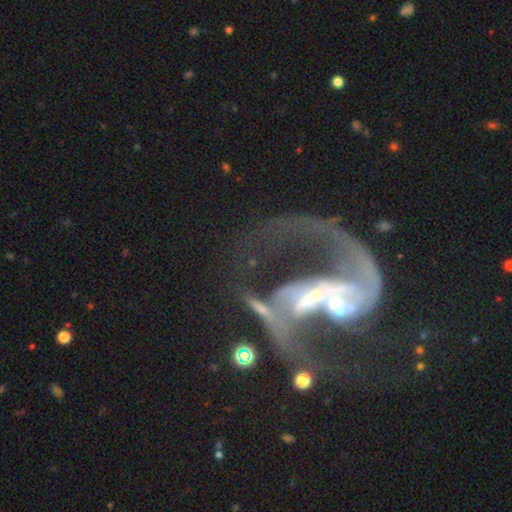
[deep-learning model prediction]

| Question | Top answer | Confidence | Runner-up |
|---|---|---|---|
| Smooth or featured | featured or disk | 87% | star or artifact (8%) |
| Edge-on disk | no | 97% | yes (3%) |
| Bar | weak | 39% | no (32%) |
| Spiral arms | yes | 90% | no (10%) |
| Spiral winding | loose | 52% | medium (37%) |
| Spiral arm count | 2 | 70% | 1 (18%) |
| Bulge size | small | 50% | moderate (31%) |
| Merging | major disturbance | 35% | merger (31%) |